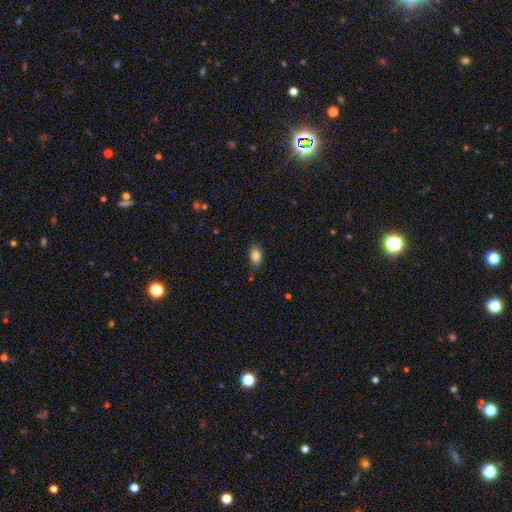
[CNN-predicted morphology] This is clearly a smooth galaxy (86%). How rounded: clearly in between (87%). Merging: likely none (76%).